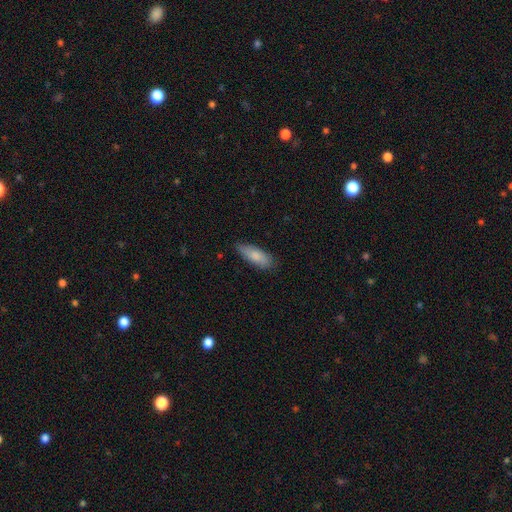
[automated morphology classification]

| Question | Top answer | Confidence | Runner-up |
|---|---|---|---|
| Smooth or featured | smooth | 80% | featured or disk (14%) |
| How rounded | in between | 70% | cigar-shaped (29%) |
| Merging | none | 73% | minor disturbance (23%) |